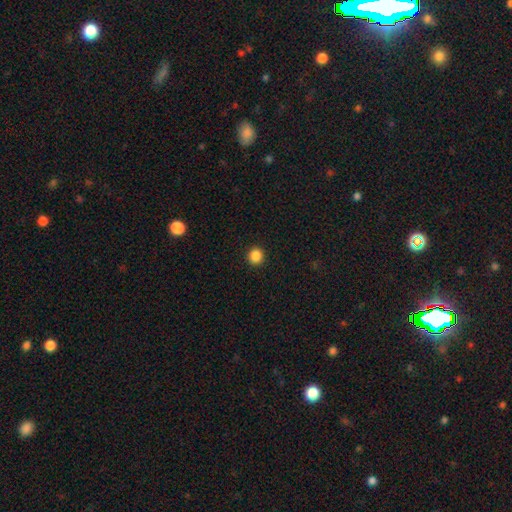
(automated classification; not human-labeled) Morphology: type=smooth (87%); roundness=round (93%); merging=none (93%).